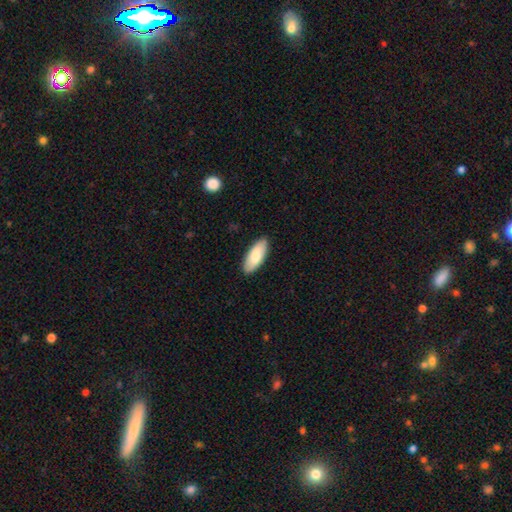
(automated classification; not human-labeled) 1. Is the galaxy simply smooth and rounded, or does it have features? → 81% smooth, 14% featured or disk, 5% star or artifact.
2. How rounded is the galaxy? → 82% in between, 17% cigar-shaped, 2% round.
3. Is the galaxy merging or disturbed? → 89% none, 9% minor disturbance, 2% major disturbance, 1% merger.